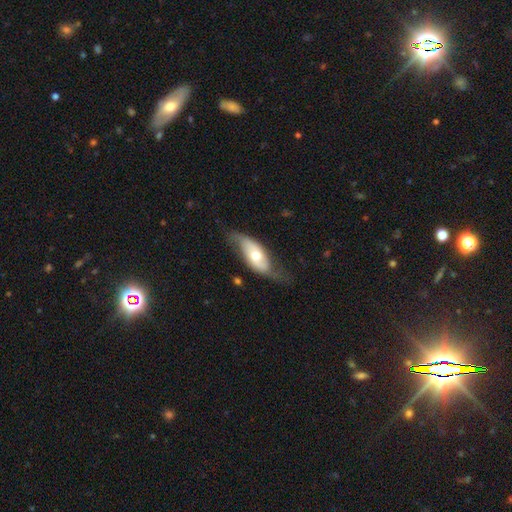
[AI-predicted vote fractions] Smooth or featured: featured or disk — 58% (smooth — 37%)
Edge-on disk: no — 81% (yes — 19%)
Merging: none — 52% (minor disturbance — 29%)